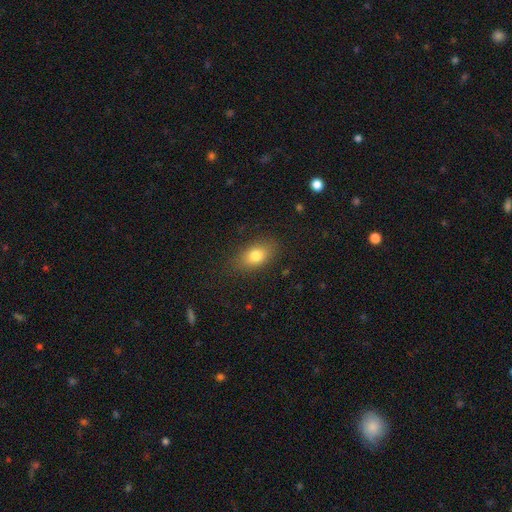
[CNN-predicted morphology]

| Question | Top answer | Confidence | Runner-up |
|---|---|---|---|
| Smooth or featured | smooth | 79% | featured or disk (12%) |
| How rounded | in between | 81% | round (15%) |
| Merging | none | 83% | minor disturbance (12%) |